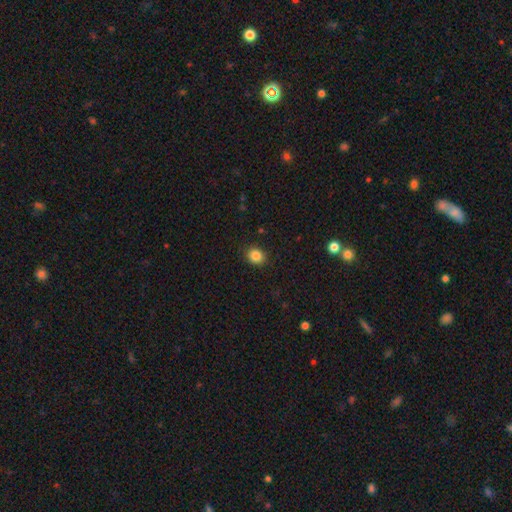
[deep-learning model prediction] A smooth galaxy with no disk features (85%) that is round (69%). Merging: none (90%).